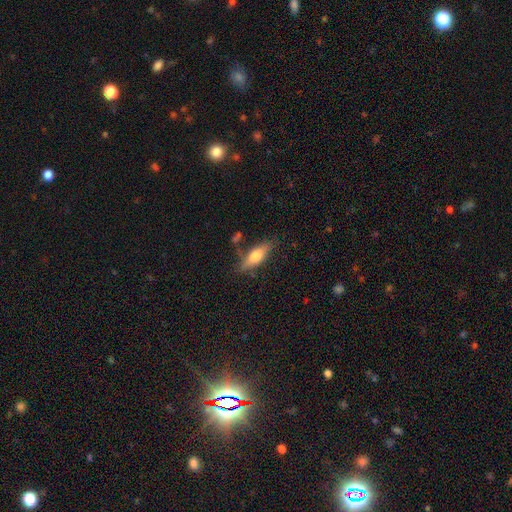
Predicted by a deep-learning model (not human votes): Smooth or featured? Predicted: smooth (p=0.58). How rounded? Predicted: in between (p=0.53). Merging? Predicted: none (p=0.67).